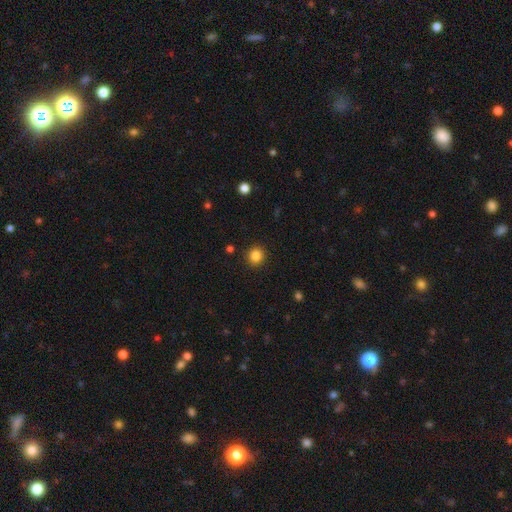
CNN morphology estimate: Smooth or featured: smooth — 85% (star or artifact — 11%)
How rounded: round — 90% (in between — 9%)
Merging: none — 92% (minor disturbance — 5%)